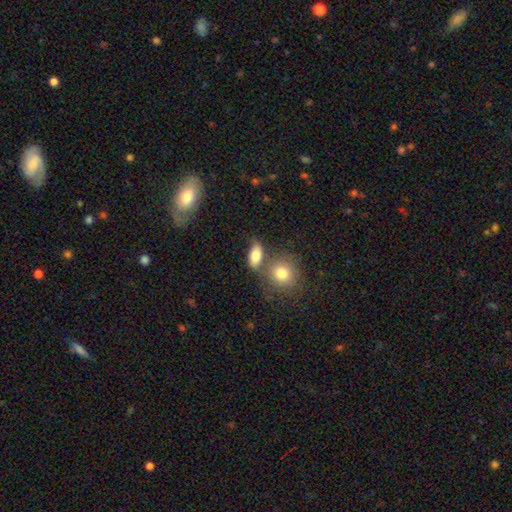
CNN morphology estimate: smooth 80%, featured or disk 11%, star or artifact 9%. Down the decision tree: how rounded — in between (79%); merging — none (56%).